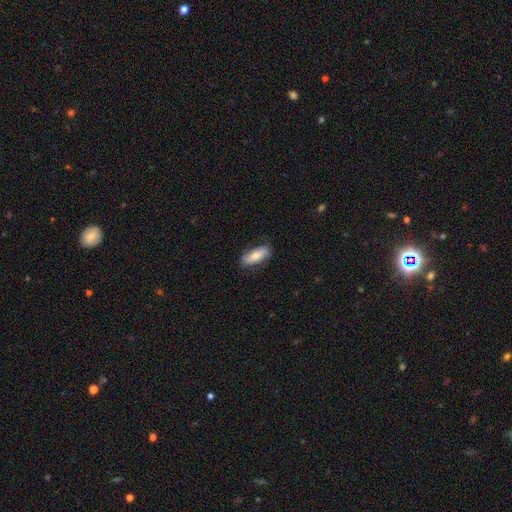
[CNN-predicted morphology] Overall: smooth (70%). How rounded: in between (74%). Merging: none (78%).